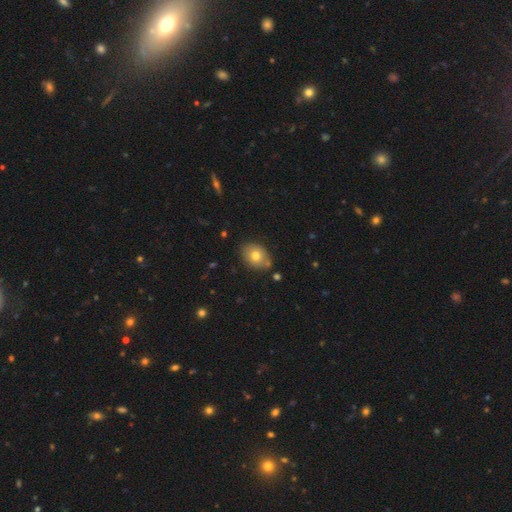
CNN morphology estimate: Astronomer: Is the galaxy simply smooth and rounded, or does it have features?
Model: smooth — 76%.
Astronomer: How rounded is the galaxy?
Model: in between — 63%.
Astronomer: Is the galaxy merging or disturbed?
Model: none — 75%.